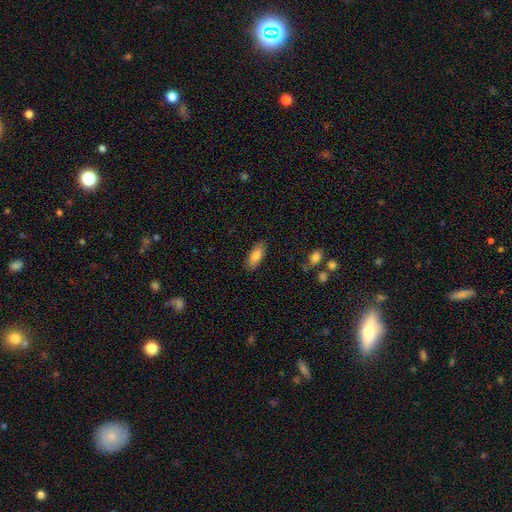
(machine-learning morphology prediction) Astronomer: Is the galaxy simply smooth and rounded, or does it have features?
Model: smooth — 82%.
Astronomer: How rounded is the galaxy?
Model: in between — 79%.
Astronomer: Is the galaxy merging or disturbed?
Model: none — 85%.